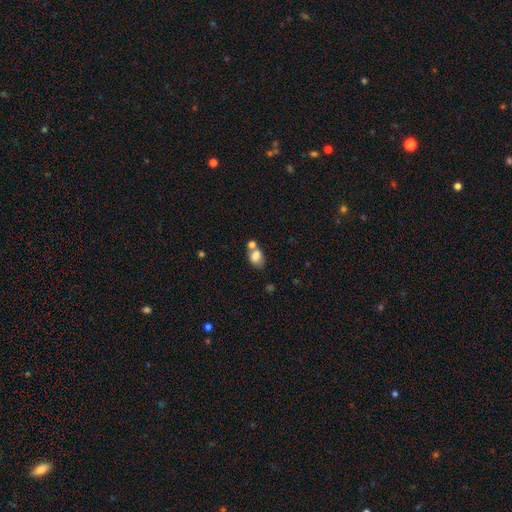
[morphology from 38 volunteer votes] Smooth or featured?
  - smooth: 84% *
  - featured or disk: 11%
  - star or artifact: 5%
How rounded?
  - in between: 97% *
  - cigar-shaped: 3%
  - round: 0%
Merging?
  - none: 47% *
  - minor disturbance: 25%
  - merger: 19%
  - major disturbance: 8%